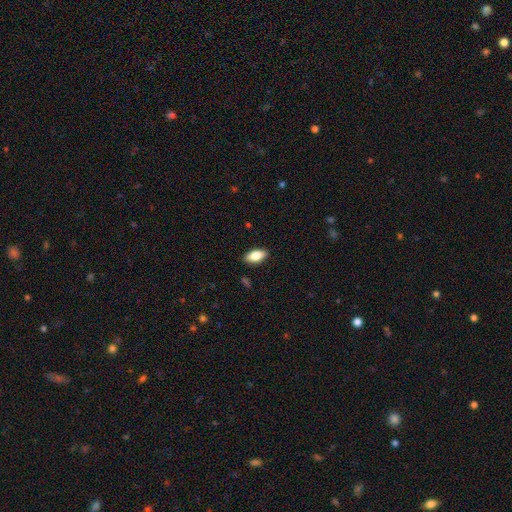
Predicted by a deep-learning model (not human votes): This appears to be a smooth galaxy with no disk features (80%) that is in between round and cigar-shaped (89%). Merging: none (89%).